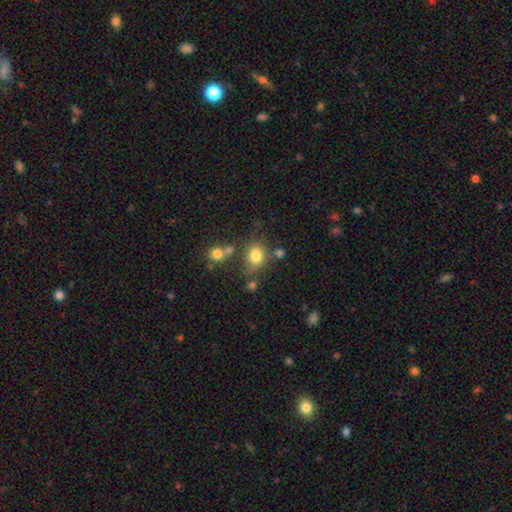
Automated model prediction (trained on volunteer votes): This is likely a smooth galaxy (79%). How rounded: possibly round (60%). Merging: likely none (65%).